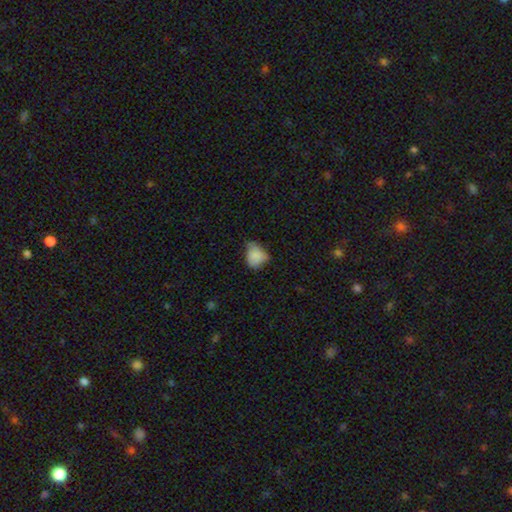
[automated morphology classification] This is likely a smooth galaxy (78%). How rounded: possibly in between (57%). Merging: possibly minor disturbance (48%).